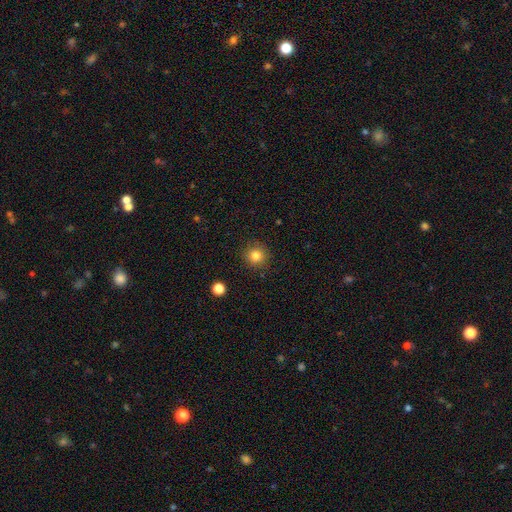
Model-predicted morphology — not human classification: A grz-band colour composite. It shows a smooth galaxy with no disk features (82%) that is round (94%). Merging: none (90%).